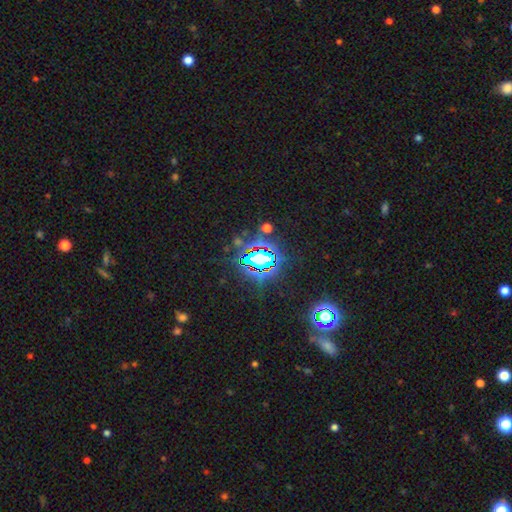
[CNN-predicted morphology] Overall: star or artifact (73%).